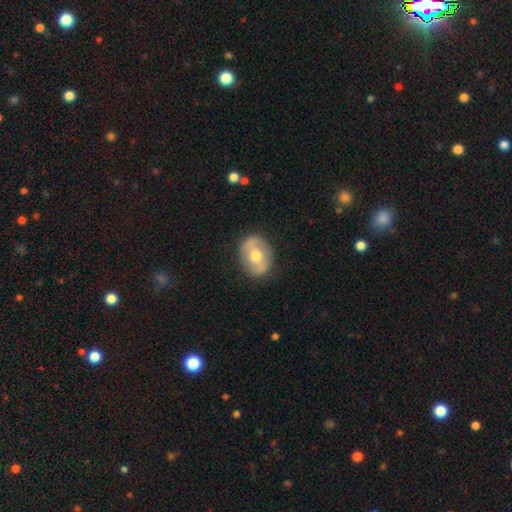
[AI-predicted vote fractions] This is possibly a featured or disk galaxy (50%). It is clearly not viewed edge-on (91%). Merging: clearly none (84%).